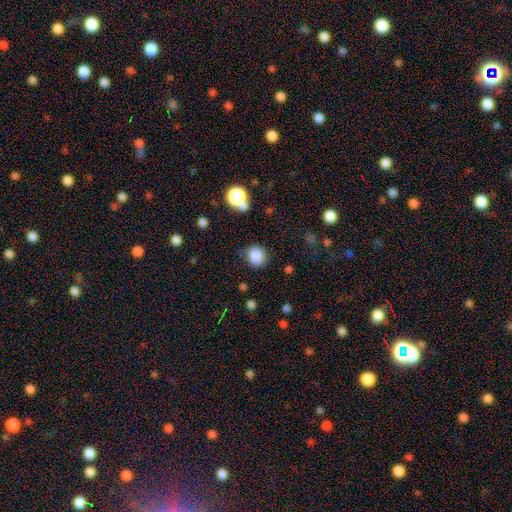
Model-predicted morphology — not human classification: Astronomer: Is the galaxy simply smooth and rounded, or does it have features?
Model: smooth — 84%.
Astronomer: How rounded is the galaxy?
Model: round — 86%.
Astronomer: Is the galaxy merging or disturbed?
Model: none — 80%.